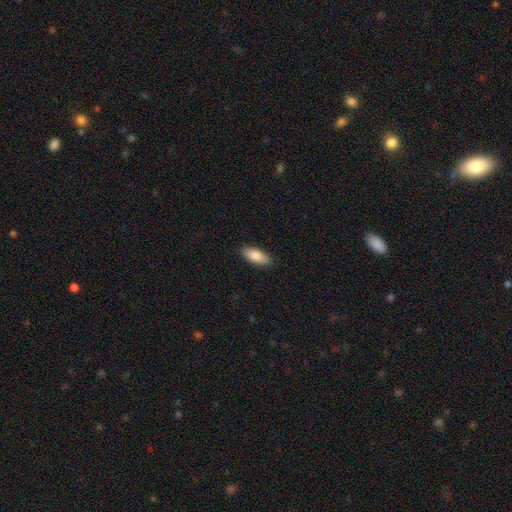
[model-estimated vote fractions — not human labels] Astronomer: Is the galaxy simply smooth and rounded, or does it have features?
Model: smooth — 84%.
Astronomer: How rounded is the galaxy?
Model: in between — 82%.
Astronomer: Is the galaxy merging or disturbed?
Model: none — 89%.